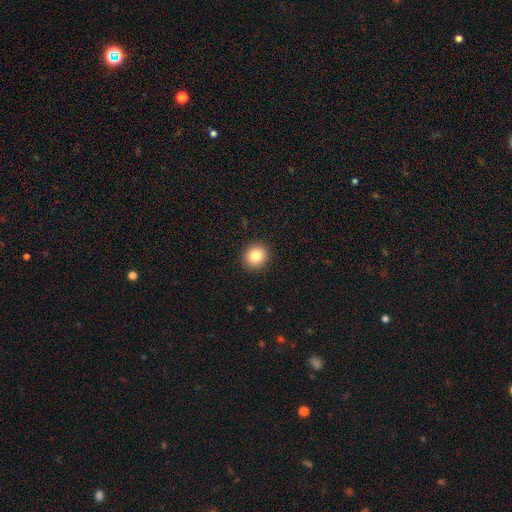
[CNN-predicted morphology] Smooth or featured? smooth (84%)
How rounded? round (88%)
Merging? none (92%)